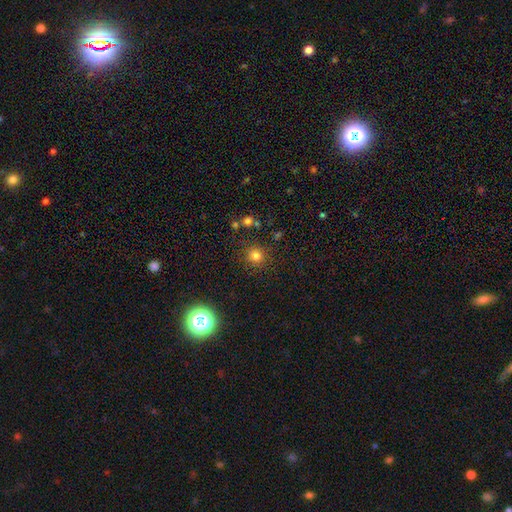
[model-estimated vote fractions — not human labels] Morphology: type=smooth (78%); roundness=round (92%); merging=none (86%).